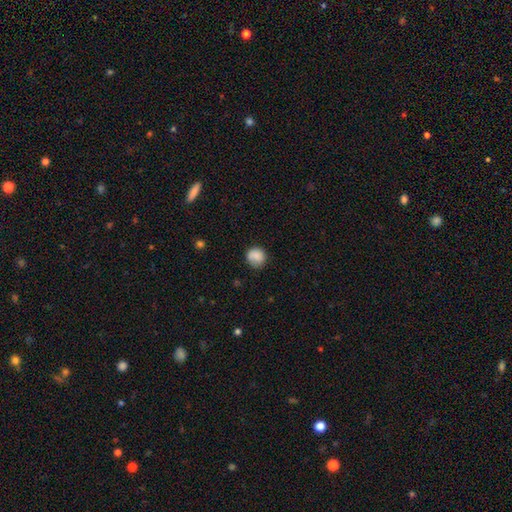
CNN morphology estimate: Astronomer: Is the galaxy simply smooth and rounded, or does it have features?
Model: smooth — 85%.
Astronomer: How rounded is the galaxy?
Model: round — 85%.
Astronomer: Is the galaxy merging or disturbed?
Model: none — 72%.